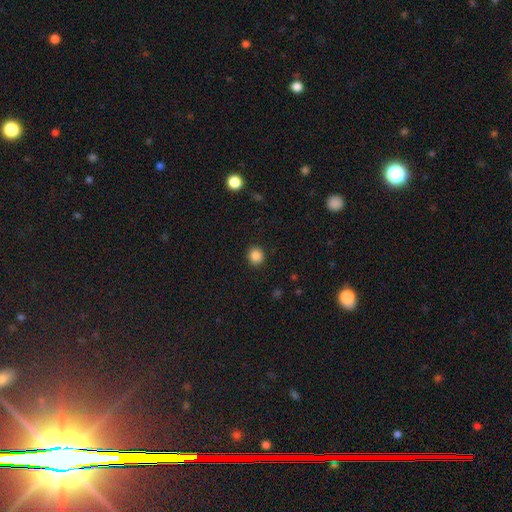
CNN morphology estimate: A smooth galaxy with no disk features (86%) that is round (86%). Merging: none (91%).